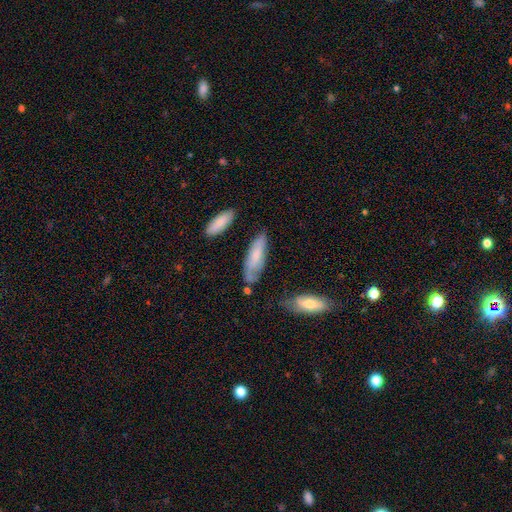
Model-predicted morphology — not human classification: A smooth galaxy with no disk features (61%) that is in between round and cigar-shaped (58%). Merging: none (62%).